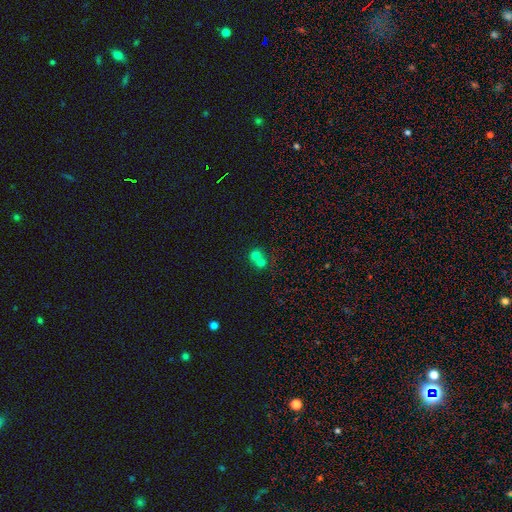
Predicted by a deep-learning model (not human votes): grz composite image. It shows a smooth galaxy with no disk features (70%) that is round (82%). Merging: merger (66%).